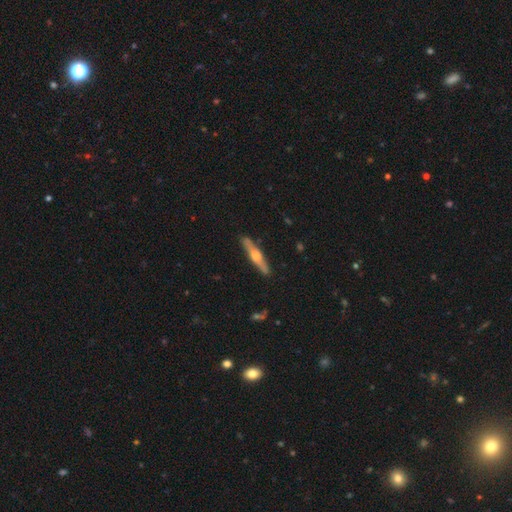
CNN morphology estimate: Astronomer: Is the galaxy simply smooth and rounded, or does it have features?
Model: featured or disk — 65%.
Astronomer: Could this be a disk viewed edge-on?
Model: yes — 96%.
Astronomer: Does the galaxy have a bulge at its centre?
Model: rounded — 92%.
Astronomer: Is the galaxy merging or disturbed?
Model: none — 90%.